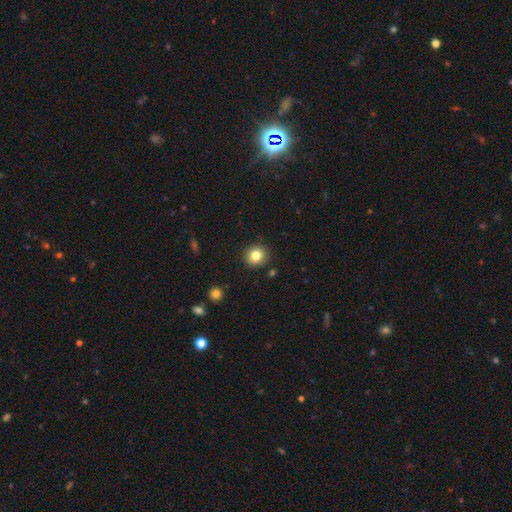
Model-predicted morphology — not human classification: Smooth or featured?
  - smooth: 82% *
  - star or artifact: 11%
  - featured or disk: 7%
How rounded?
  - round: 87% *
  - in between: 12%
  - cigar-shaped: 1%
Merging?
  - none: 90% *
  - minor disturbance: 7%
  - major disturbance: 2%
  - merger: 2%